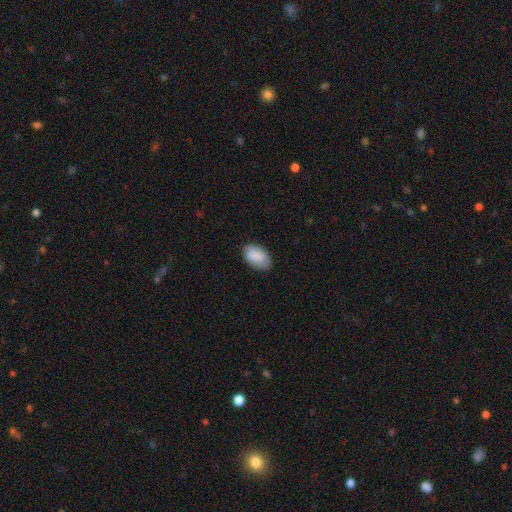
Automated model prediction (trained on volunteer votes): Q: Smooth or featured?
A: smooth (86%); runner-up: featured or disk (7%)
Q: How rounded?
A: in between (94%); runner-up: round (5%)
Q: Merging?
A: none (78%); runner-up: minor disturbance (18%)